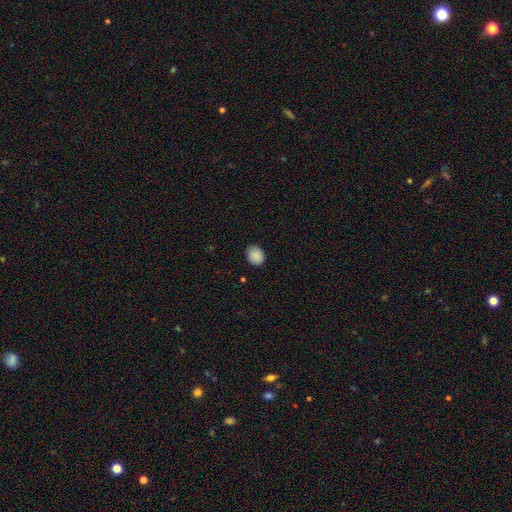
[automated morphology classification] Smooth or featured? Predicted: smooth (p=0.88). How rounded? Predicted: in between (p=0.50). Merging? Predicted: none (p=0.83).